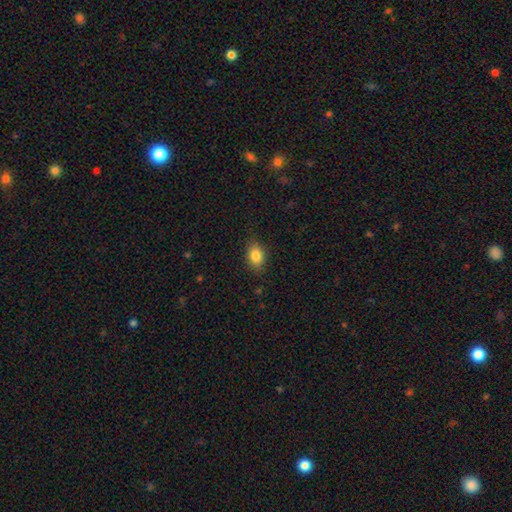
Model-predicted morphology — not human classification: Overall: smooth (84%). How rounded: in between (76%). Merging: none (84%).